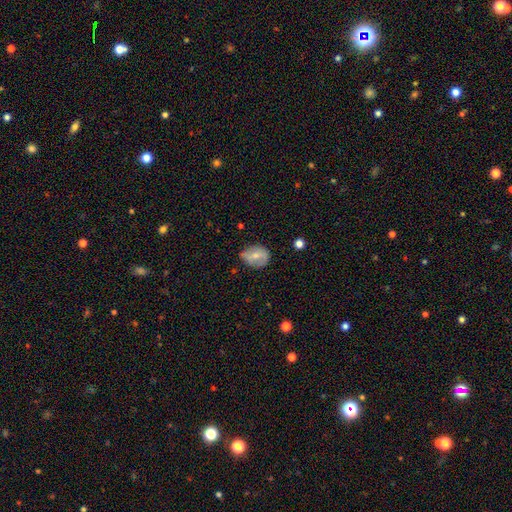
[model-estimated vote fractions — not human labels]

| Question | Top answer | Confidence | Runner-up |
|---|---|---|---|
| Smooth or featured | smooth | 56% | featured or disk (36%) |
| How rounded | round | 52% | in between (46%) |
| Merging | none | 58% | minor disturbance (32%) |